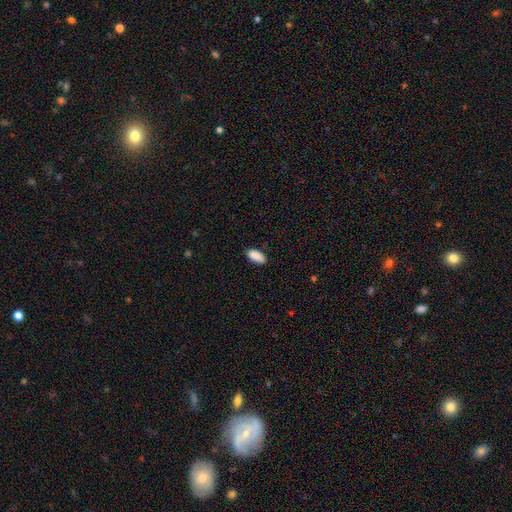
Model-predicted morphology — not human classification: The model was most divided on "merging": none: 84%, minor disturbance: 12%, major disturbance: 2%, merger: 1%. More confident: how rounded — in between (90%); smooth or featured — smooth (90%).